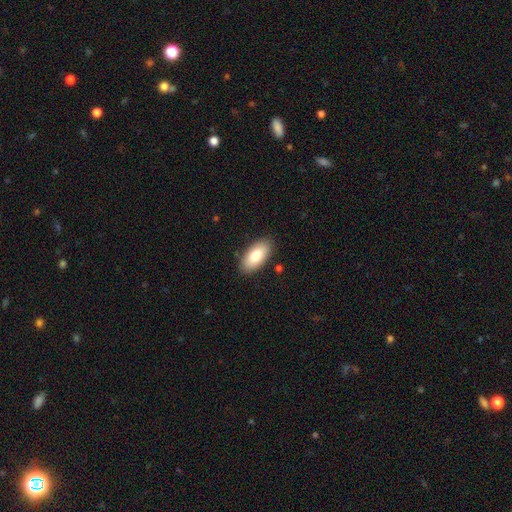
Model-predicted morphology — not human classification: Smooth or featured: smooth — 81% (featured or disk — 13%)
How rounded: in between — 92% (cigar-shaped — 6%)
Merging: none — 87% (minor disturbance — 10%)